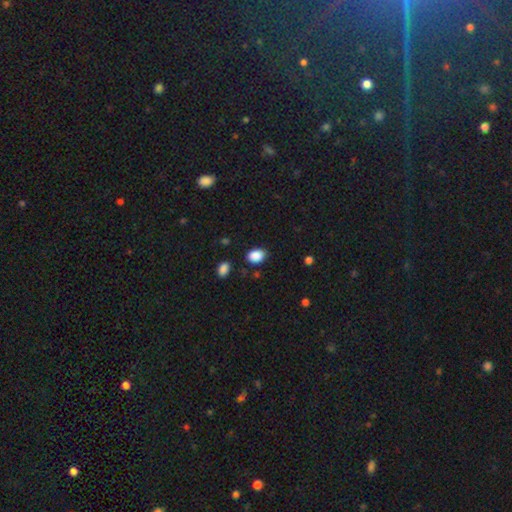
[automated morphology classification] Smooth or featured? smooth (89%)
How rounded? in between (77%)
Merging? none (82%)